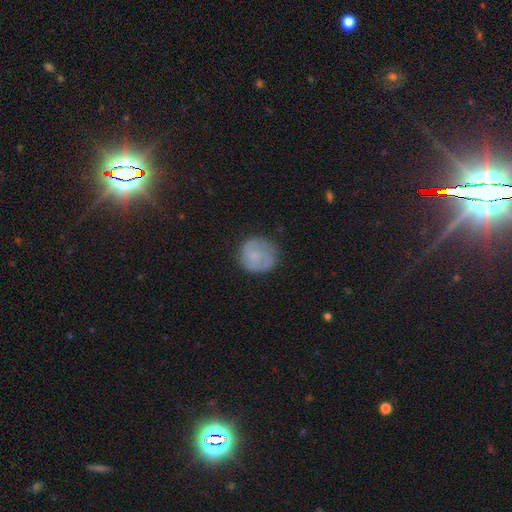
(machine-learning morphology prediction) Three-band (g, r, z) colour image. It shows a smooth galaxy with no disk features (60%) that is round (87%). Merging: none (75%).